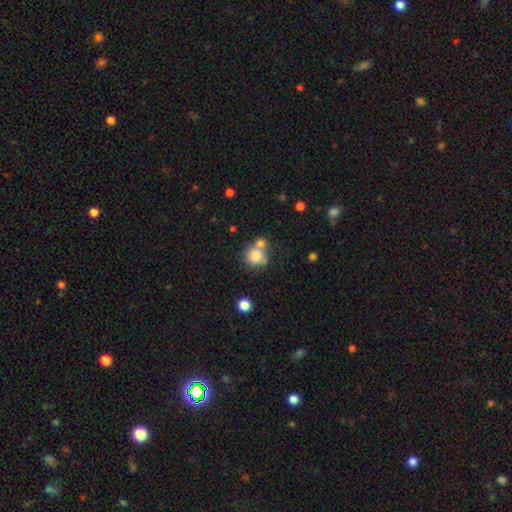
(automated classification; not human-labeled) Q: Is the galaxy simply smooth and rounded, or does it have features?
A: smooth — 80%.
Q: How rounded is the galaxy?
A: round — 83%.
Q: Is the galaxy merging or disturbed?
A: none — 45%.